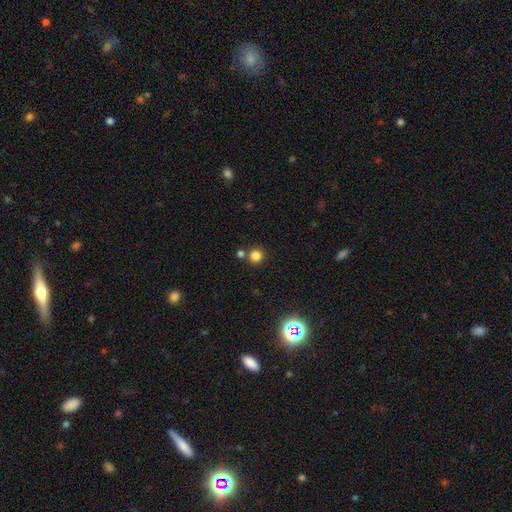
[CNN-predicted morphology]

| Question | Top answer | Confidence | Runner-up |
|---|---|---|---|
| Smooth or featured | smooth | 80% | star or artifact (15%) |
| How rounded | round | 93% | in between (6%) |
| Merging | none | 77% | merger (13%) |